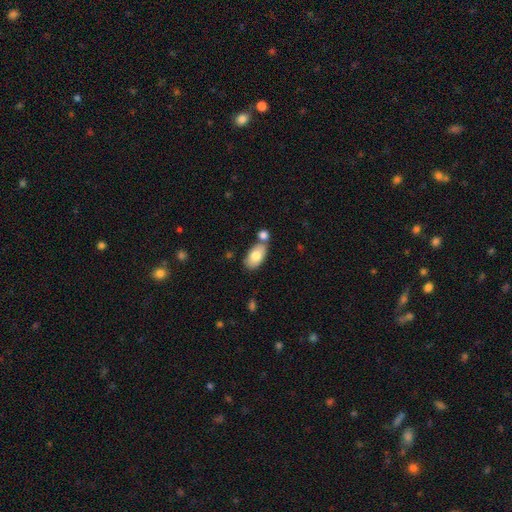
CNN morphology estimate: The model was most divided on "merging": none: 58%, merger: 25%, minor disturbance: 14%, major disturbance: 4%. More confident: how rounded — in between (94%); smooth or featured — smooth (78%).